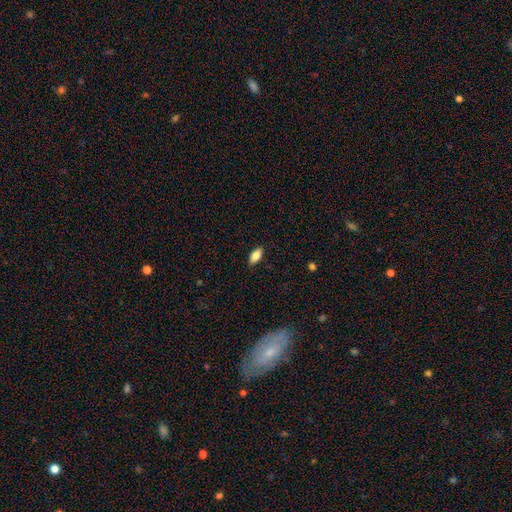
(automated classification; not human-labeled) Smooth or featured?
  - smooth: 82% *
  - featured or disk: 11%
  - star or artifact: 7%
How rounded?
  - in between: 88% *
  - cigar-shaped: 9%
  - round: 3%
Merging?
  - none: 88% *
  - minor disturbance: 9%
  - major disturbance: 2%
  - merger: 1%